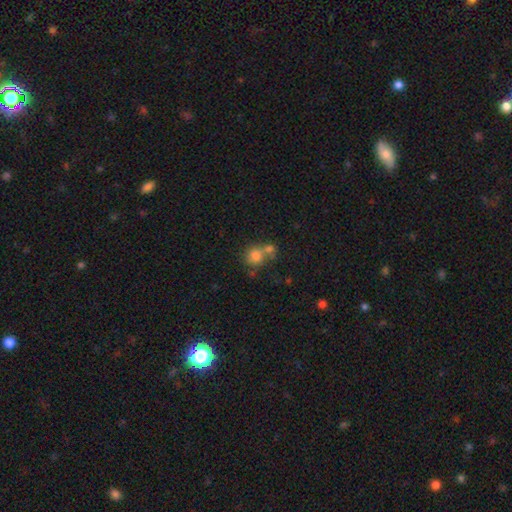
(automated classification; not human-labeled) A smooth galaxy with no disk features (78%) that is round (78%).

Vote fractions:
- Smooth or featured? smooth: 78% / star or artifact: 11% / featured or disk: 11%
- How rounded? round: 78% / in between: 21% / cigar-shaped: 1%
- Merging? merger: 46% / none: 40% / minor disturbance: 9% / major disturbance: 4%